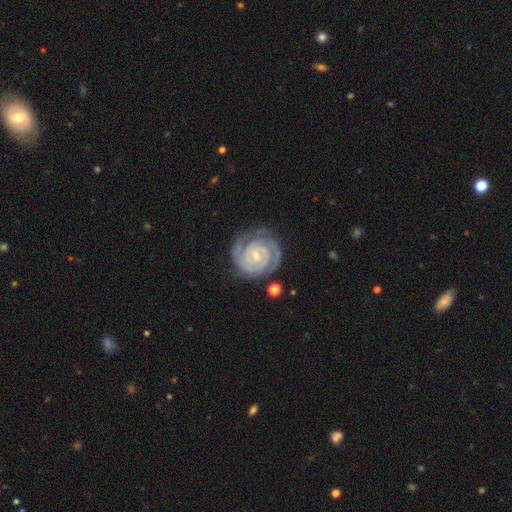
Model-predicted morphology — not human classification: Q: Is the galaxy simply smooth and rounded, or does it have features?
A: featured or disk — 90%.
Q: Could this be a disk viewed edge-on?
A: no — 98%.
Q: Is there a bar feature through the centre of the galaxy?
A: no — 50%.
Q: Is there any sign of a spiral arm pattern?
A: yes — 98%.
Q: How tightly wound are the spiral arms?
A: tight — 81%.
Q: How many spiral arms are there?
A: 2 — 67%.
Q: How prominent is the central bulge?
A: small — 73%.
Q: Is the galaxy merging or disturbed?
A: none — 76%.